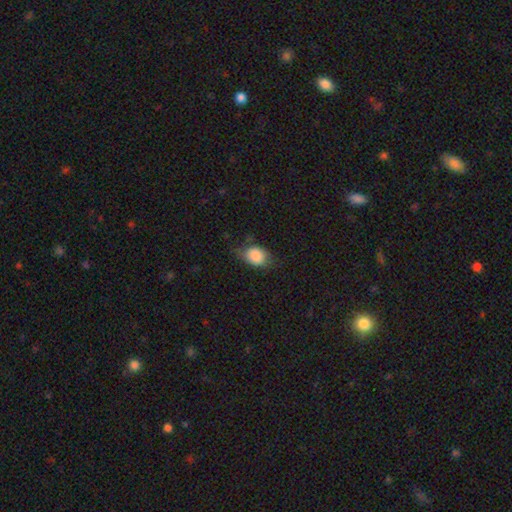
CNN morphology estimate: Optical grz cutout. It shows a smooth galaxy with no disk features (82%) that is in between round and cigar-shaped (72%). Merging: none (52%).